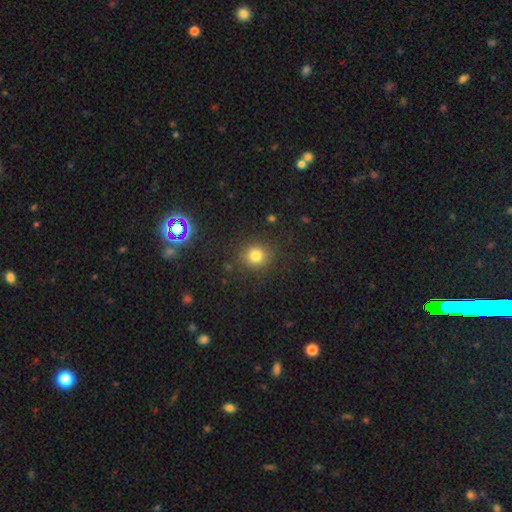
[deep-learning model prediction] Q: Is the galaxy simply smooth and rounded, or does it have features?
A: smooth — 79%.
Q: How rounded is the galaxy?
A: round — 87%.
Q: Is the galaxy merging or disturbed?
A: none — 86%.